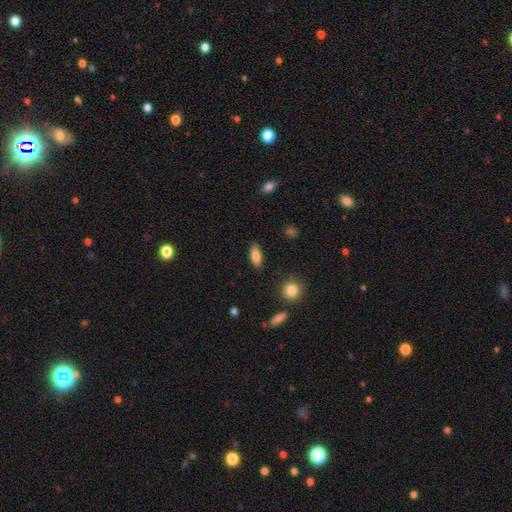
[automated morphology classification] Smooth or featured: smooth — 83% (featured or disk — 9%)
How rounded: in between — 82% (cigar-shaped — 15%)
Merging: none — 87% (minor disturbance — 9%)